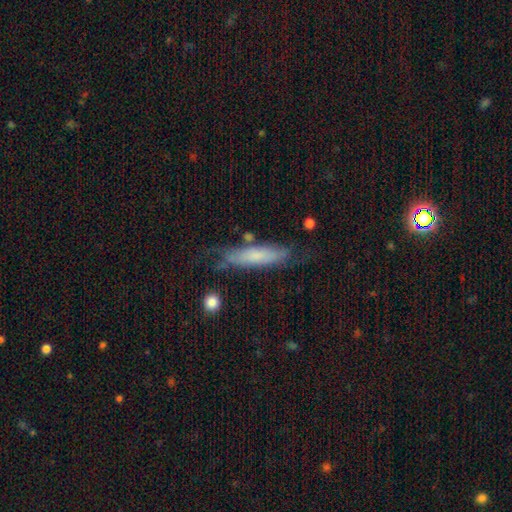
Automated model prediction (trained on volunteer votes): Morphology: type=smooth (61%); roundness=cigar-shaped (80%); merging=none (62%).